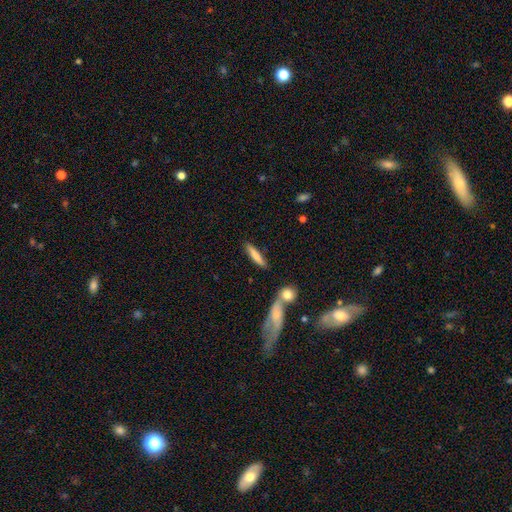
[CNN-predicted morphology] Overall: smooth (74%). How rounded: cigar-shaped (82%). Merging: none (76%).